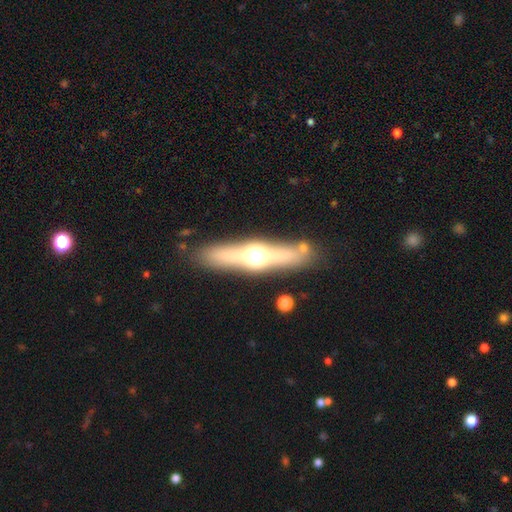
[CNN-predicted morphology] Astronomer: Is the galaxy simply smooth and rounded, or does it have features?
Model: featured or disk — 62%.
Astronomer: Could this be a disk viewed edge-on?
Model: yes — 90%.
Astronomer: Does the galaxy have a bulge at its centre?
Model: rounded — 94%.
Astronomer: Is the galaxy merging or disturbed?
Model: none — 84%.